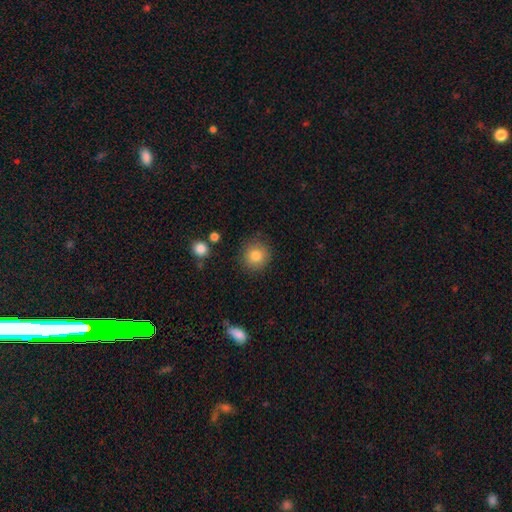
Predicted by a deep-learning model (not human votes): This is clearly a smooth galaxy (83%). How rounded: clearly round (91%). Merging: clearly none (87%).